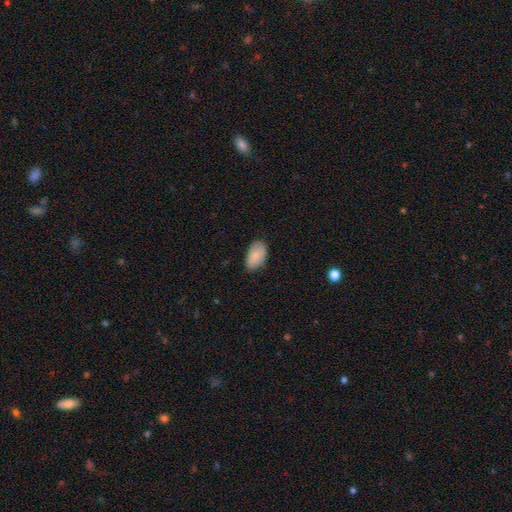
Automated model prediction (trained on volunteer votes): smooth 82%, featured or disk 11%, star or artifact 6%. Down the decision tree: how rounded — in between (94%); merging — none (77%).